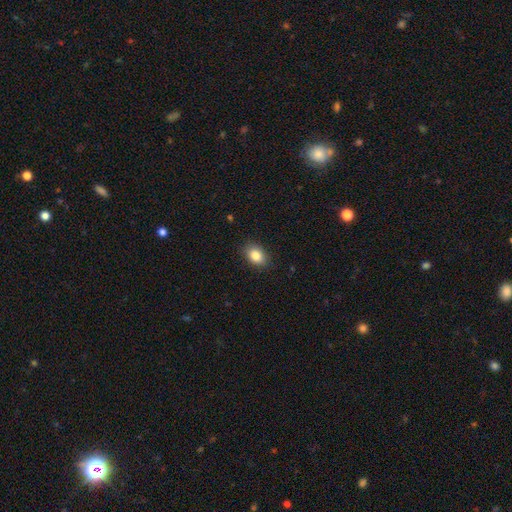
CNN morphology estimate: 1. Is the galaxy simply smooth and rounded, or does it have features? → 85% smooth, 9% star or artifact, 6% featured or disk.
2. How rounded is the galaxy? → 77% in between, 22% round, 1% cigar-shaped.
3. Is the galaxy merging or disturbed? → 88% none, 9% minor disturbance, 2% major disturbance, 1% merger.